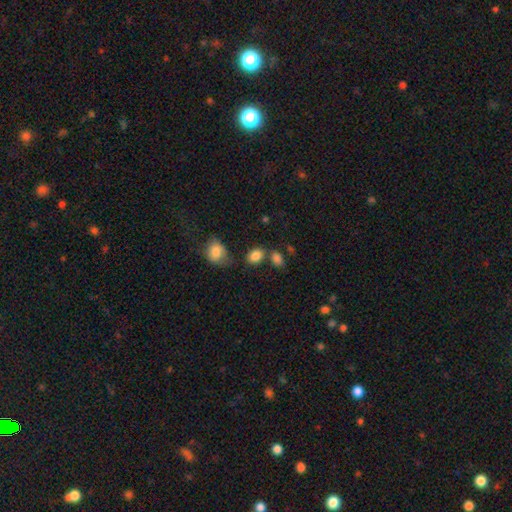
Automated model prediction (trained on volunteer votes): A smooth galaxy with no disk features (85%) that is in between round and cigar-shaped (77%). Merging: none (61%).